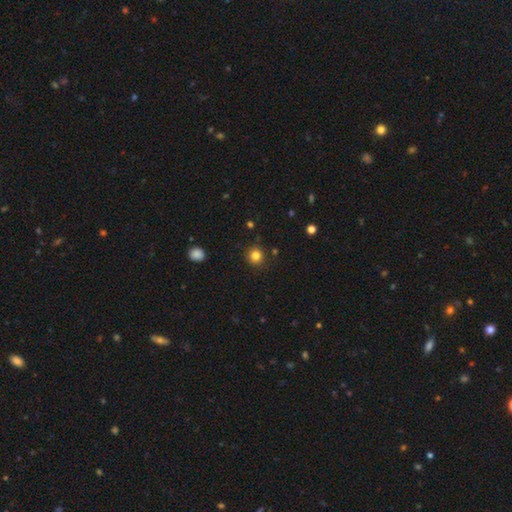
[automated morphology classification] Smooth or featured? Predicted: smooth (p=0.82). How rounded? Predicted: round (p=0.93). Merging? Predicted: none (p=0.89).